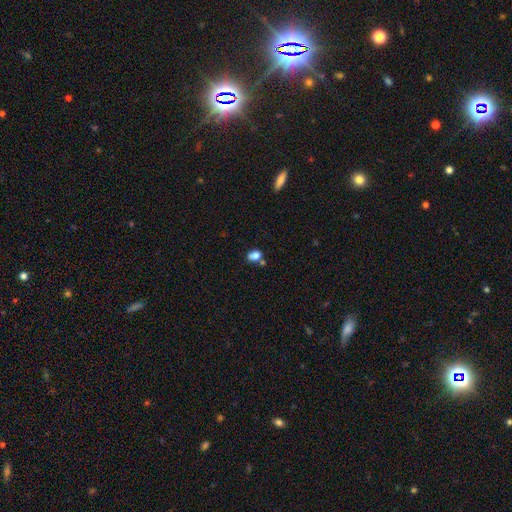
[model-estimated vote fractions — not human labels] smooth 78%, star or artifact 12%, featured or disk 10%. Down the decision tree: how rounded — in between (67%); merging — none (50%).